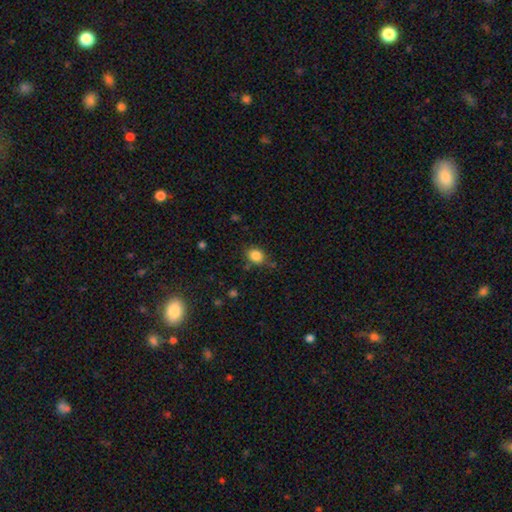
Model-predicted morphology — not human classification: A smooth galaxy with no disk features (85%) that is round (60%). Merging: none (76%).